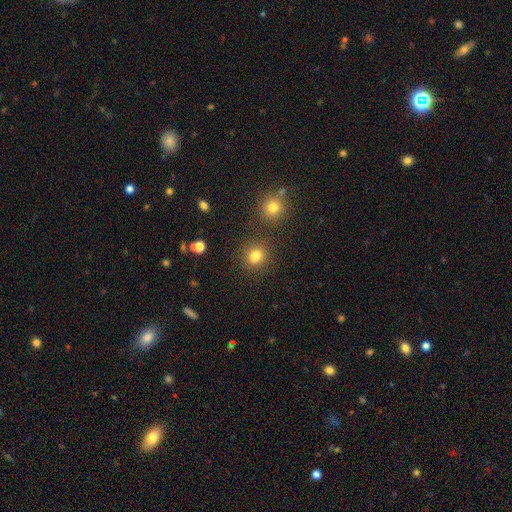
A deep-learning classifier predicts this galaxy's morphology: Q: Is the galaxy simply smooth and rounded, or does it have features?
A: smooth — 79%.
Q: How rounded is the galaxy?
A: round — 83%.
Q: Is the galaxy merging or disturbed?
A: none — 83%.